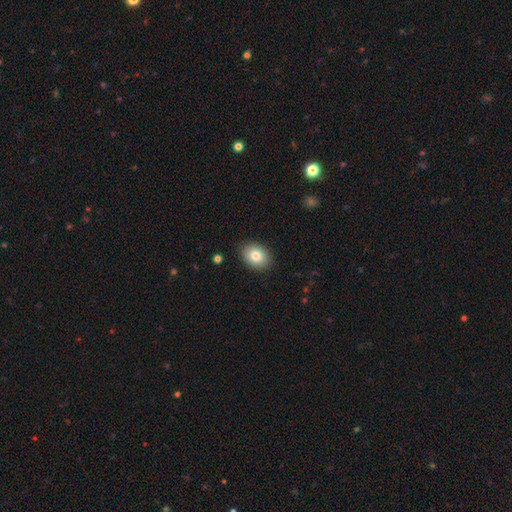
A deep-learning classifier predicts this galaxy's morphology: smooth 82%, featured or disk 10%, star or artifact 8%. Down the decision tree: how rounded — in between (63%); merging — none (88%).